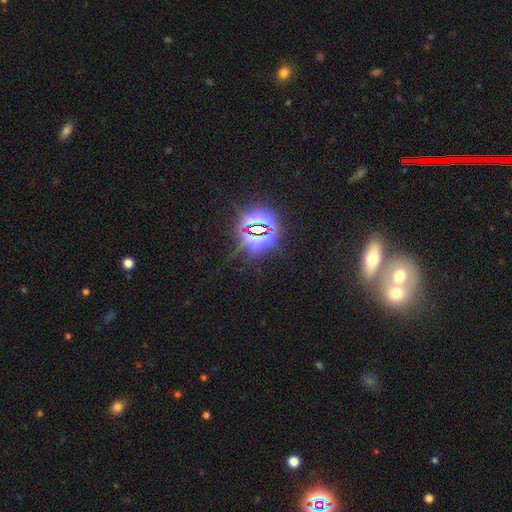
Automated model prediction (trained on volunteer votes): Smooth or featured? star or artifact (67%)